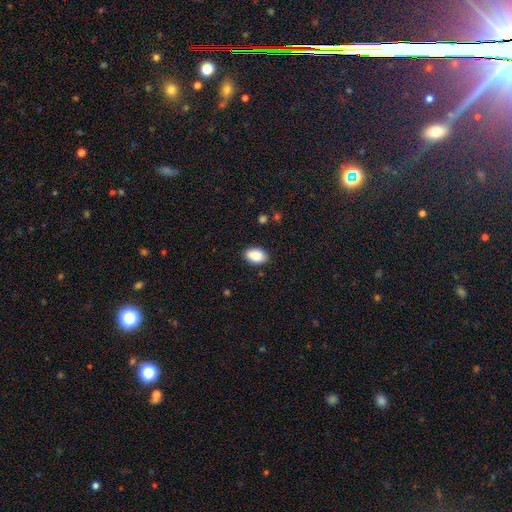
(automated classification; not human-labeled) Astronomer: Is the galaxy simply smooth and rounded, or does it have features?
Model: smooth — 89%.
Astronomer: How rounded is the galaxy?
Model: in between — 90%.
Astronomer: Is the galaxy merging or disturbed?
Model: none — 85%.